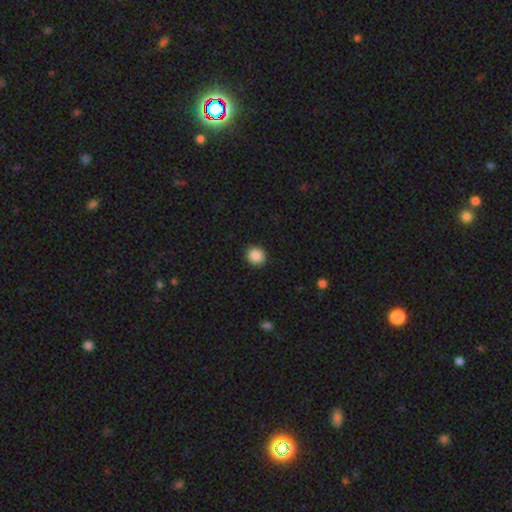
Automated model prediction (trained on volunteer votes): smooth_or_featured: smooth (p=0.88) [alt: star or artifact p=0.09]
how_rounded: round (p=0.86) [alt: in between p=0.13]
merging: none (p=0.92) [alt: minor disturbance p=0.05]